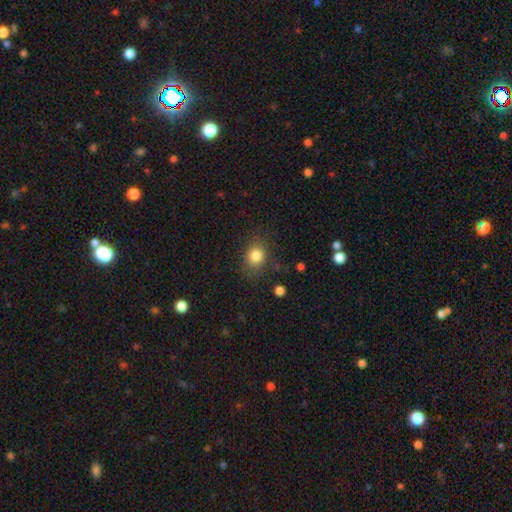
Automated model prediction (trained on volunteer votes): Q: Smooth or featured?
A: smooth (82%); runner-up: star or artifact (11%)
Q: How rounded?
A: round (65%); runner-up: in between (34%)
Q: Merging?
A: none (79%); runner-up: minor disturbance (14%)